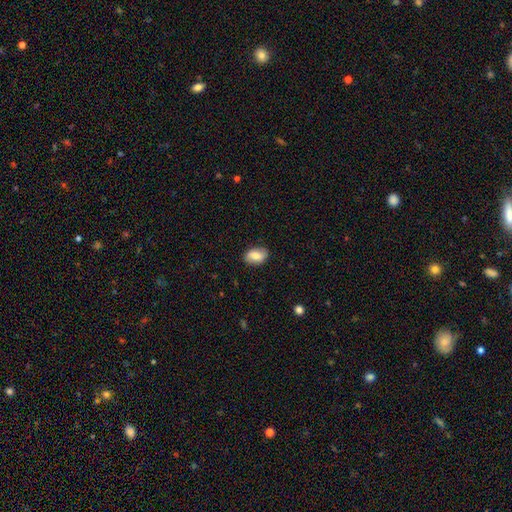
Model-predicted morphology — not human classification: Smooth or featured? smooth (74%)
How rounded? in between (86%)
Merging? none (84%)